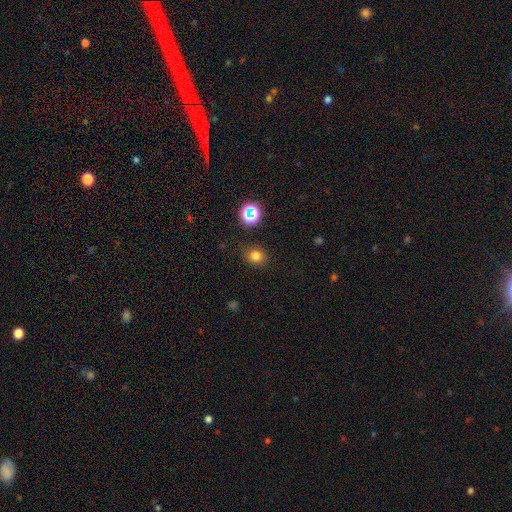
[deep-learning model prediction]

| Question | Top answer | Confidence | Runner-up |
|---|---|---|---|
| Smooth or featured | smooth | 77% | star or artifact (17%) |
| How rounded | round | 73% | in between (26%) |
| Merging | none | 84% | minor disturbance (10%) |